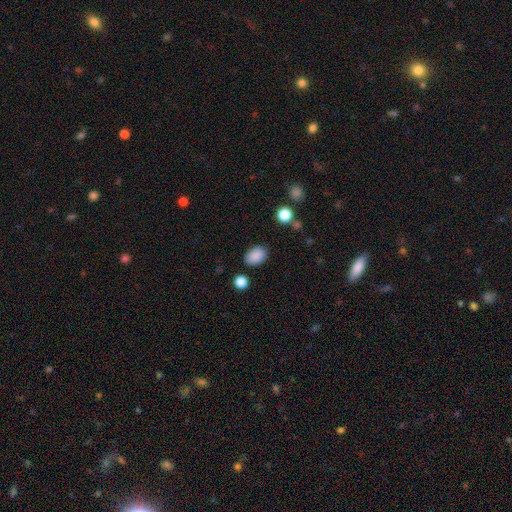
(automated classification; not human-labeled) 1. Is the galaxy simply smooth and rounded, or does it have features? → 88% smooth, 9% star or artifact, 3% featured or disk.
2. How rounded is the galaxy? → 79% in between, 20% round, 1% cigar-shaped.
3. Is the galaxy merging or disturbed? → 85% none, 10% minor disturbance, 3% major disturbance, 2% merger.